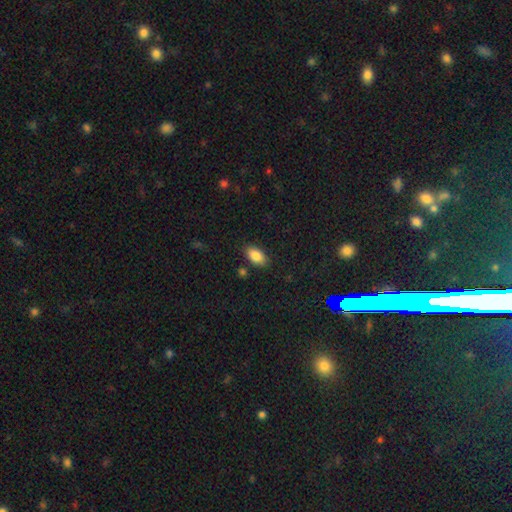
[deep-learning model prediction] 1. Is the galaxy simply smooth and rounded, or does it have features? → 86% smooth, 8% star or artifact, 6% featured or disk.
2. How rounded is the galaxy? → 93% in between, 4% round, 3% cigar-shaped.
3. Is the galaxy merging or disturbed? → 84% none, 10% minor disturbance, 3% merger, 2% major disturbance.